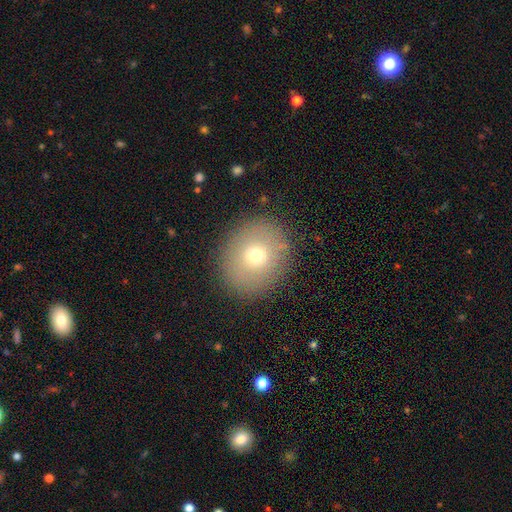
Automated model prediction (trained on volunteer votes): This is likely a smooth galaxy (70%). How rounded: likely round (70%). Merging: clearly none (87%).